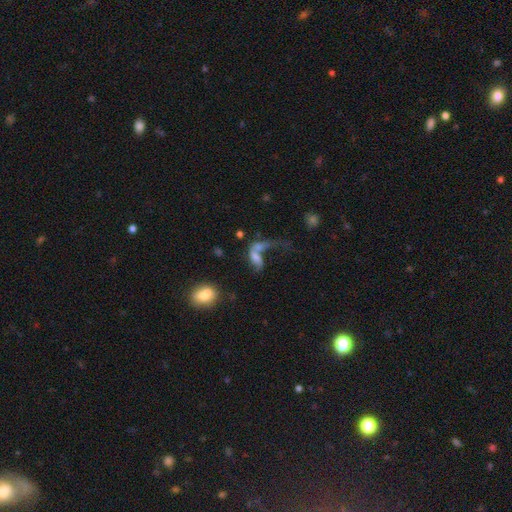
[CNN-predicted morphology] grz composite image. It shows a featured or disk galaxy (44%). Merging: merger (53%).